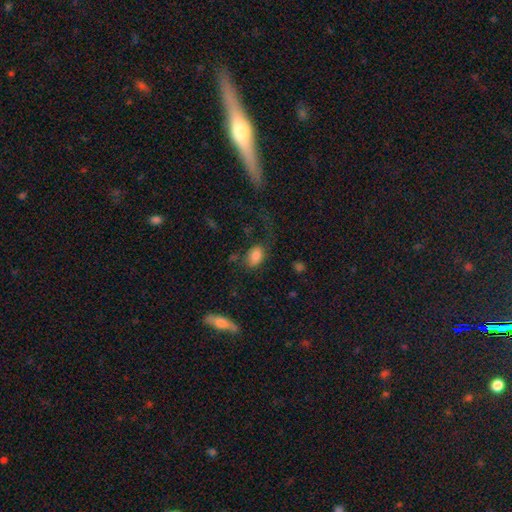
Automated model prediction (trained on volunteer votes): The model was most divided on "merging": none: 58%, minor disturbance: 19%, major disturbance: 18%, merger: 5%. More confident: how rounded — in between (85%); smooth or featured — smooth (81%).